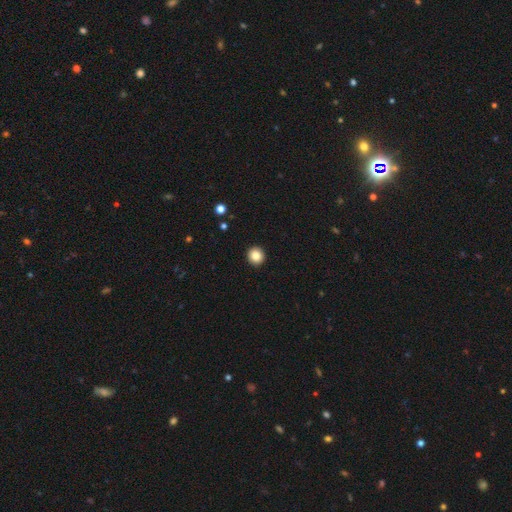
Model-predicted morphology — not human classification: This appears to be a smooth galaxy with no disk features (86%) that is round (93%). Merging: none (94%).